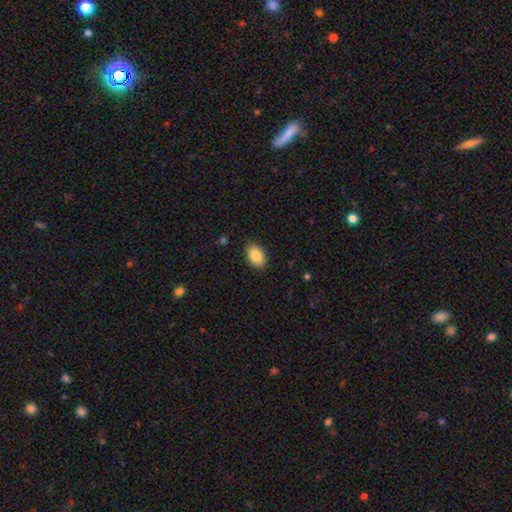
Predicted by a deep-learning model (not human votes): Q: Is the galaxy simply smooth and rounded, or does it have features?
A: smooth — 86%.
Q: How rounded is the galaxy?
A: in between — 88%.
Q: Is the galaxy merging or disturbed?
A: none — 88%.